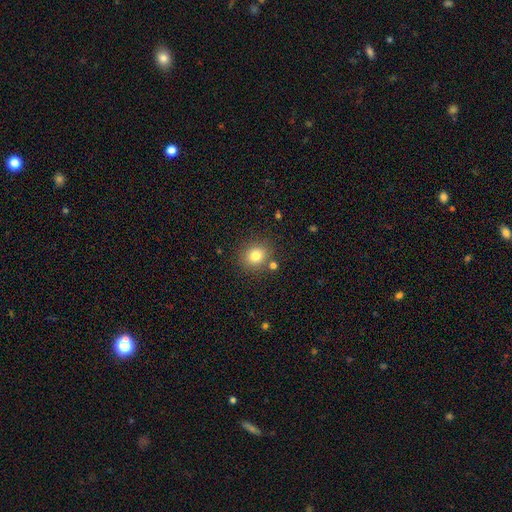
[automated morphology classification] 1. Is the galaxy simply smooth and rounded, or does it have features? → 80% smooth, 12% star or artifact, 8% featured or disk.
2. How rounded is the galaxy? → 74% round, 25% in between, 1% cigar-shaped.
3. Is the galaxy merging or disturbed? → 82% none, 9% minor disturbance, 6% merger, 3% major disturbance.